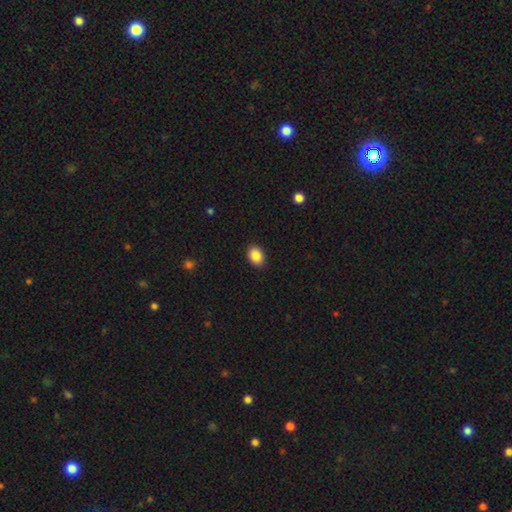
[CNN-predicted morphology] Smooth or featured: smooth — 88% (star or artifact — 8%)
How rounded: in between — 65% (round — 34%)
Merging: none — 89% (minor disturbance — 8%)